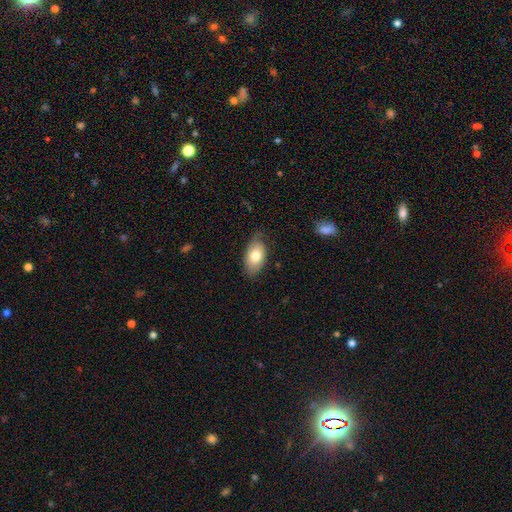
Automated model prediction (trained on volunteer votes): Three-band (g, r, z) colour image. It shows a smooth galaxy with no disk features (74%) that is in between round and cigar-shaped (93%). Merging: none (70%).